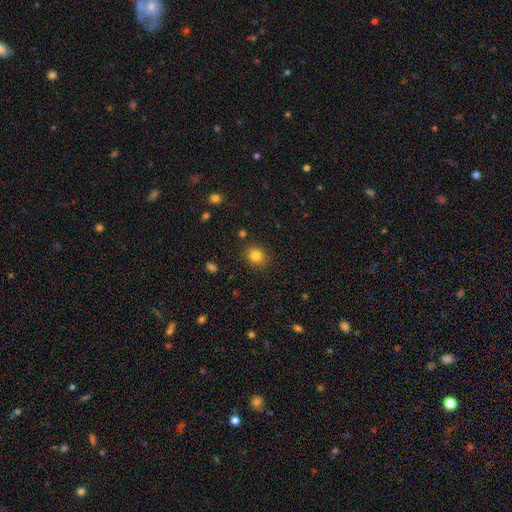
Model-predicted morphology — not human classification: This is clearly a smooth galaxy (83%). How rounded: likely round (71%). Merging: clearly none (87%).